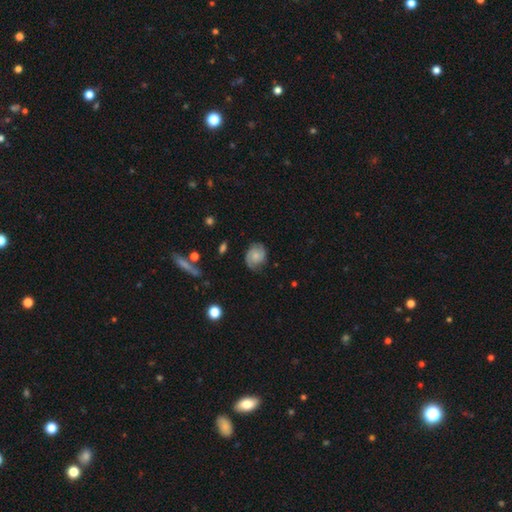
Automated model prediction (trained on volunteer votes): Overall: featured or disk (69%). Edge-on disk: no (97%). Bar: no (72%). Spiral arms: yes (94%). Spiral arm count: 2 (81%). Spiral winding: tight (49%; medium 38%). Bulge size: small (47%; moderate 31%). Merging: none (74%).